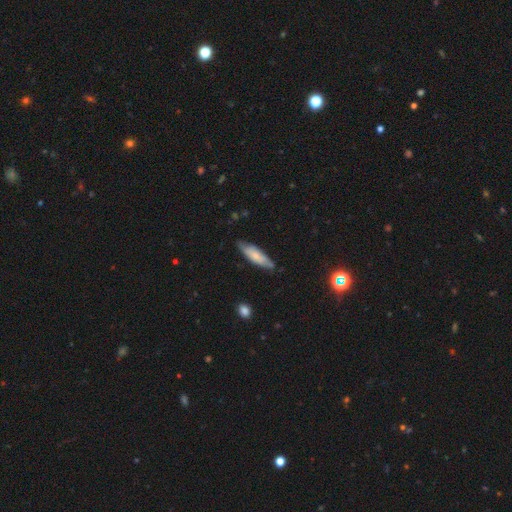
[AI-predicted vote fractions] This is likely a smooth galaxy (67%). How rounded: possibly cigar-shaped (58%). Merging: likely none (75%).